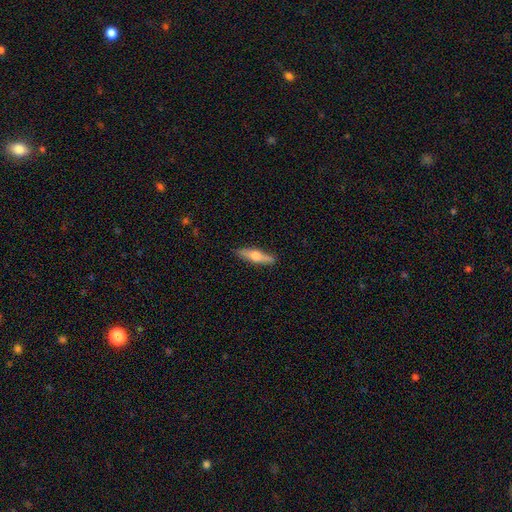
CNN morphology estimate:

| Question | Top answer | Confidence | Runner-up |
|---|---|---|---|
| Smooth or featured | featured or disk | 52% | smooth (42%) |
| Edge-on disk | yes | 95% | no (5%) |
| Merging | none | 89% | minor disturbance (8%) |